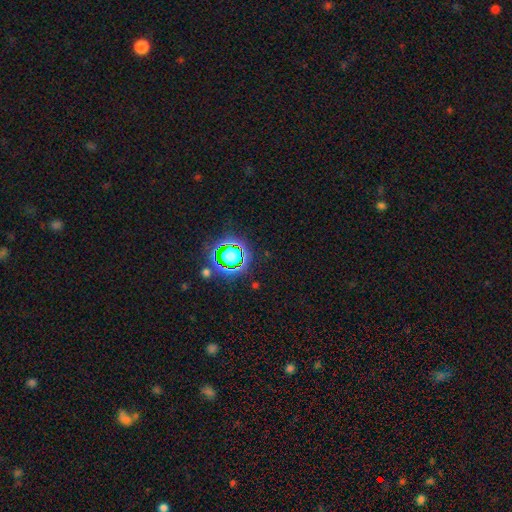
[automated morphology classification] This is likely a star or artifact rather than a galaxy (77%).